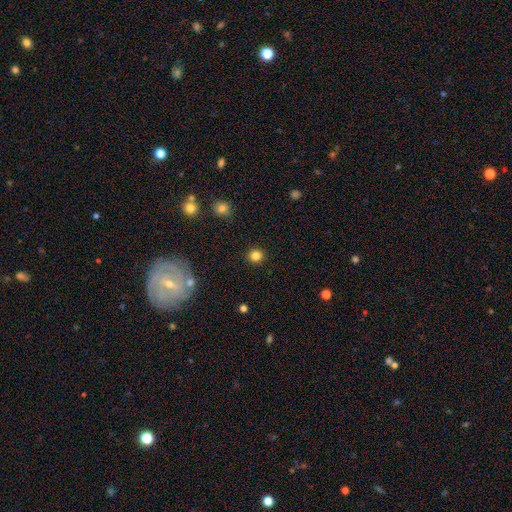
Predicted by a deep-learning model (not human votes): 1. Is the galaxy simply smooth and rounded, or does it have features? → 83% smooth, 12% star or artifact, 5% featured or disk.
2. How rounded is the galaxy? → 90% round, 9% in between, 1% cigar-shaped.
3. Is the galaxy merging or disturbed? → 91% none, 6% minor disturbance, 2% major disturbance, 1% merger.